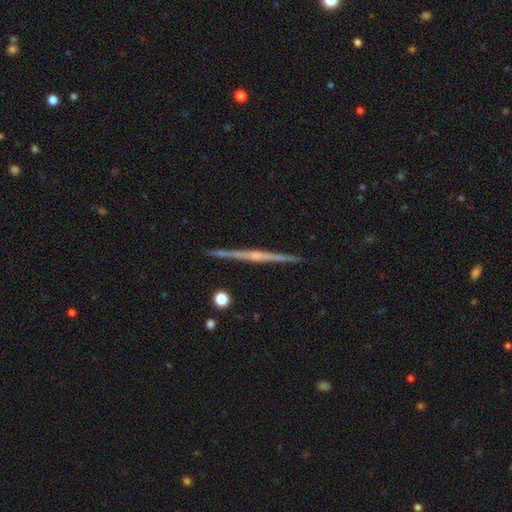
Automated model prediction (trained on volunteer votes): A featured or disk galaxy (81%) viewed edge-on (99%) with a rounded central bulge (62%). Merging: none (92%).